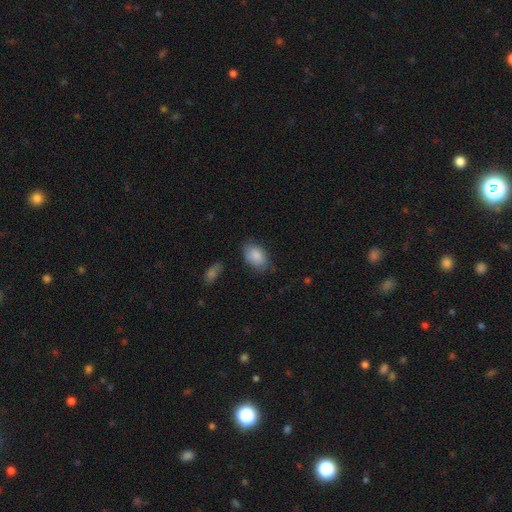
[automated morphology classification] This is clearly a smooth galaxy (85%). How rounded: clearly in between (90%). Merging: likely none (72%).